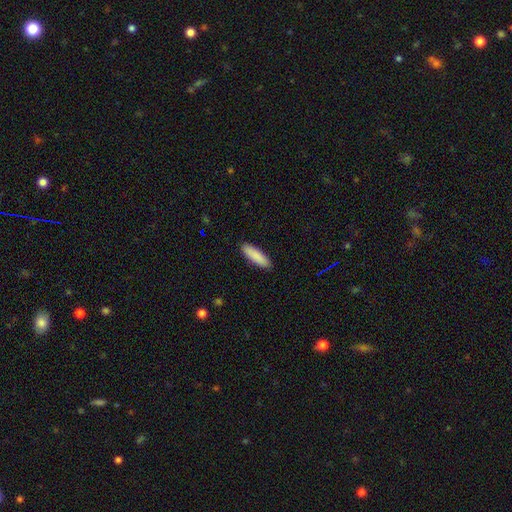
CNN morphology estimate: The model was most divided on "how rounded": cigar-shaped: 61%, in between: 37%, round: 1%. More confident: merging — none (90%); smooth or featured — smooth (89%).